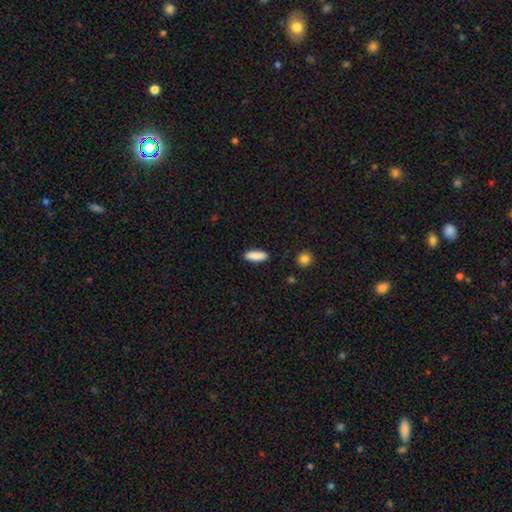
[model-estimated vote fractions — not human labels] A smooth galaxy with no disk features (89%) that is in between round and cigar-shaped (54%). Merging: none (89%).